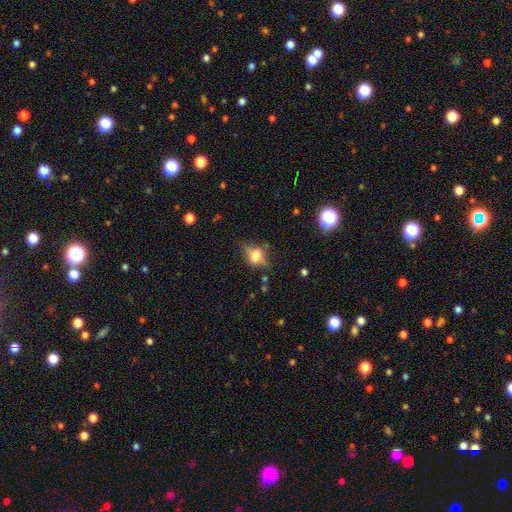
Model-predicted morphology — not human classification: Smooth or featured: smooth — 49% (featured or disk — 38%)
Merging: none — 65% (minor disturbance — 21%)